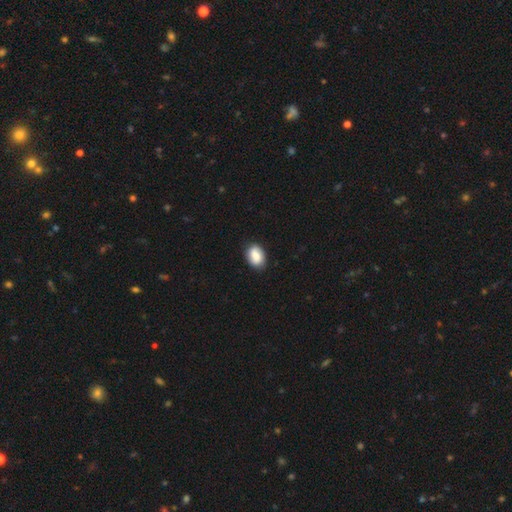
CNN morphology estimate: Q: Smooth or featured?
A: smooth (77%); runner-up: featured or disk (16%)
Q: How rounded?
A: in between (82%); runner-up: round (16%)
Q: Merging?
A: none (83%); runner-up: minor disturbance (13%)